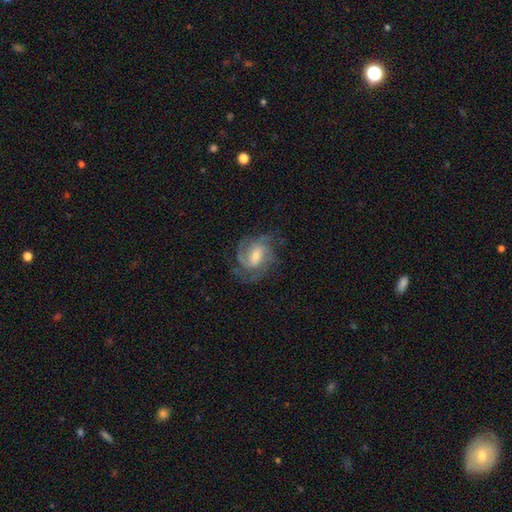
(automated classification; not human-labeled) Q: Smooth or featured?
A: featured or disk (84%); runner-up: smooth (10%)
Q: Edge-on disk?
A: no (97%); runner-up: yes (3%)
Q: Bar?
A: weak (54%); runner-up: no (26%)
Q: Spiral arms?
A: yes (96%); runner-up: no (4%)
Q: Spiral winding?
A: medium (46%); runner-up: tight (42%)
Q: Spiral arm count?
A: 2 (35%); runner-up: 3 (33%)
Q: Bulge size?
A: moderate (49%); runner-up: small (36%)
Q: Merging?
A: none (69%); runner-up: minor disturbance (18%)